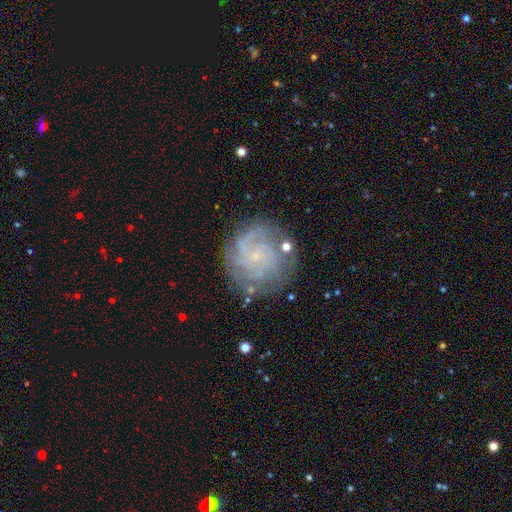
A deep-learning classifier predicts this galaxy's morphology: smooth-or-featured: featured or disk: 80% | smooth: 12% | star or artifact: 9%
  disk-edge-on: no: 98% | yes: 2%
    bar: no: 72% | weak: 24% | strong: 4%
    has-spiral-arms: yes: 95% | no: 5%
      spiral-winding: tight: 63% | medium: 29% | loose: 8%
      spiral-arm-count: can't tell: 29% | 4: 22% | 3: 19% | 2: 12% | more than 4: 11% | 1: 7%
    bulge-size: small: 76% | none: 15% | moderate: 6% | large: 1% | dominant: 1%
  merging: none: 76% | minor disturbance: 15% | major disturbance: 7% | merger: 3%